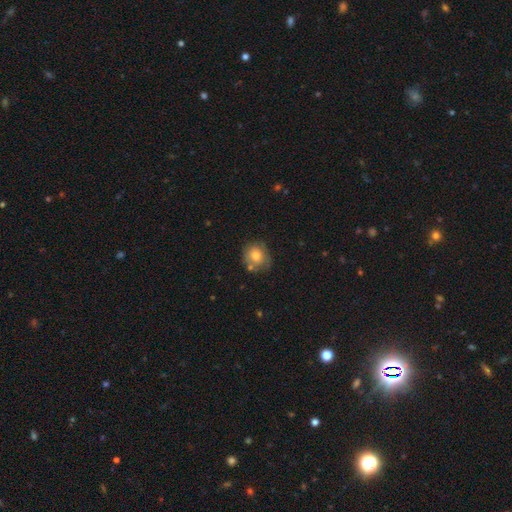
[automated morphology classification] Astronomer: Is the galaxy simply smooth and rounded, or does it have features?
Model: smooth — 72%.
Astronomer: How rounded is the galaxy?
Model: round — 77%.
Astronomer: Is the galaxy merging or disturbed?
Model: none — 64%.